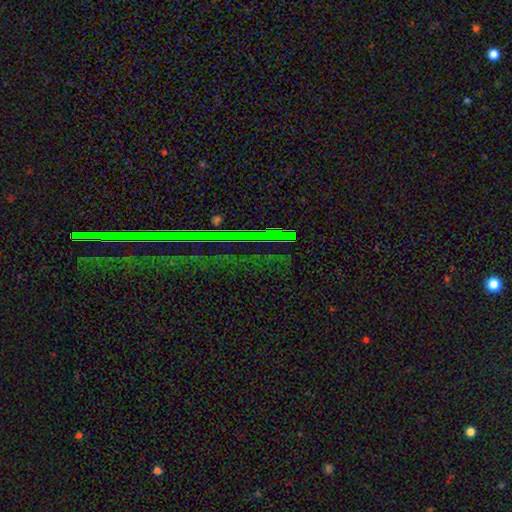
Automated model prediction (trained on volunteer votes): Smooth or featured? star or artifact (84%)